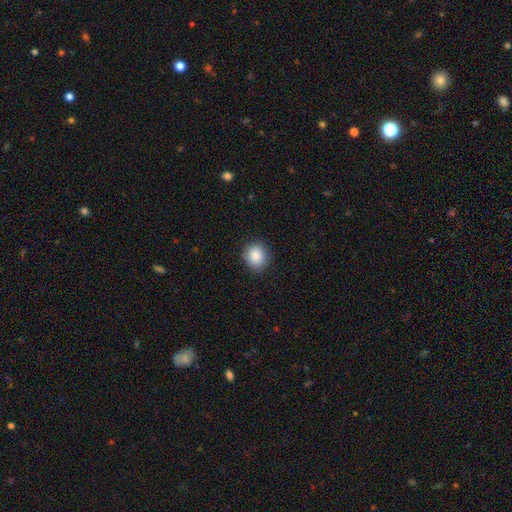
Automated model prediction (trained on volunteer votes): Smooth or featured? Predicted: smooth (p=0.87). How rounded? Predicted: round (p=0.78). Merging? Predicted: none (p=0.89).